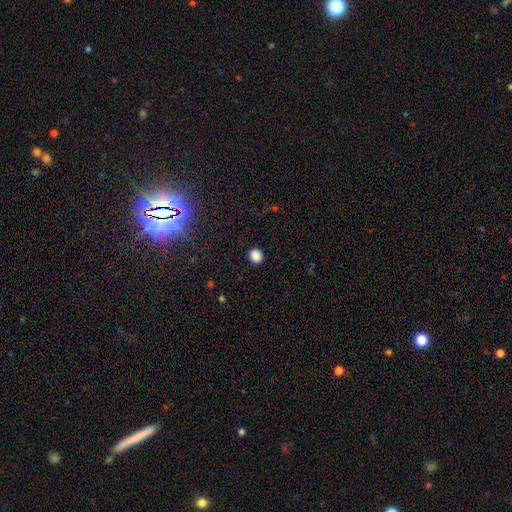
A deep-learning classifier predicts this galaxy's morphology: Smooth or featured? Predicted: smooth (p=0.86). How rounded? Predicted: round (p=0.87). Merging? Predicted: none (p=0.91).